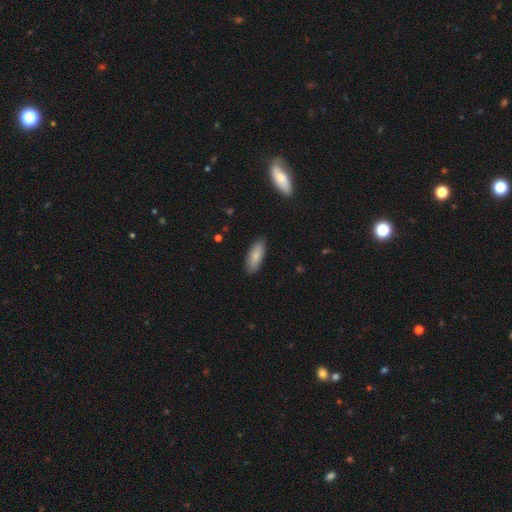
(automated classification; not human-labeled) smooth-or-featured: smooth: 84% | featured or disk: 10% | star or artifact: 6%
  how-rounded: in between: 75% | cigar-shaped: 23% | round: 2%
  merging: none: 86% | minor disturbance: 11% | major disturbance: 2% | merger: 1%